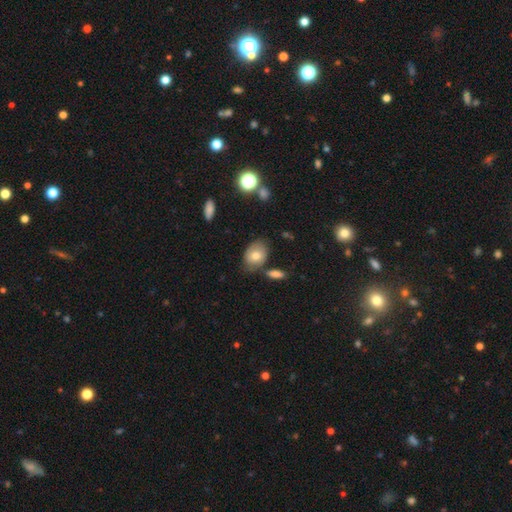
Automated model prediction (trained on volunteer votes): This is likely a smooth galaxy (73%). How rounded: likely in between (72%). Merging: likely none (63%).